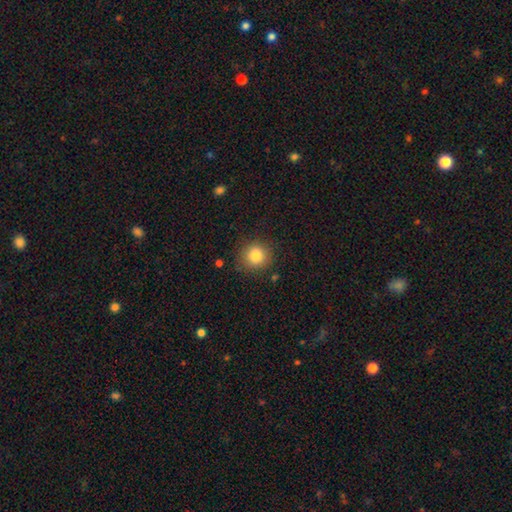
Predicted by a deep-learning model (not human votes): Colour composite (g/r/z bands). It shows a smooth galaxy with no disk features (83%) that is round (88%). Merging: none (85%).